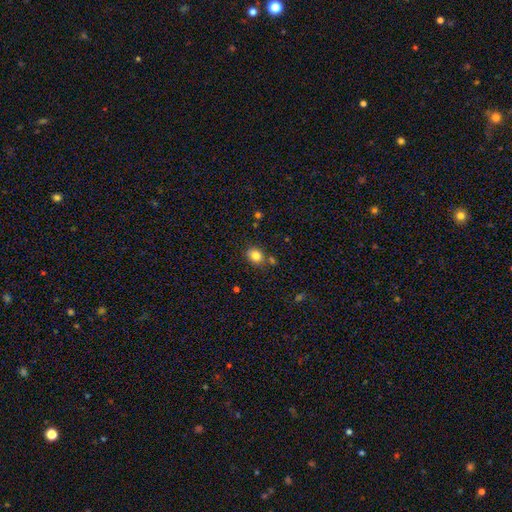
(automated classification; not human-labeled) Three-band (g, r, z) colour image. It shows a smooth galaxy with no disk features (82%) that is round (56%). Merging: none (75%).